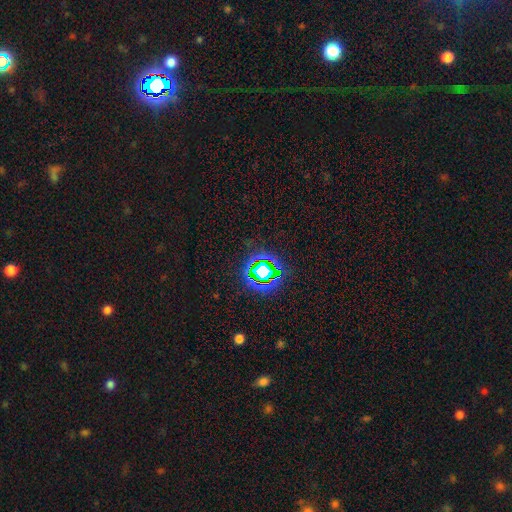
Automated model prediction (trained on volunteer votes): A star or artifact, not a galaxy (77%).

Vote fractions:
- Smooth or featured? star or artifact: 77% / smooth: 15% / featured or disk: 8%